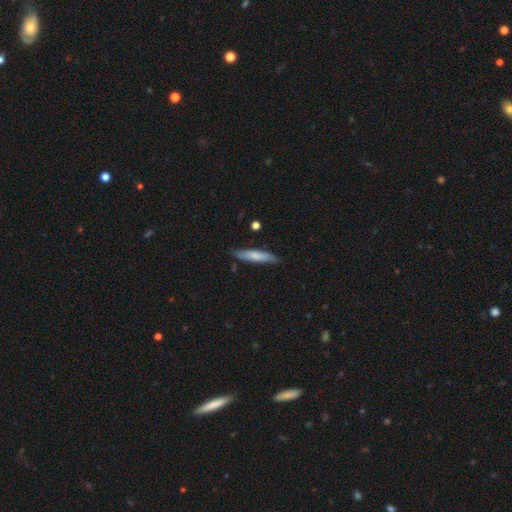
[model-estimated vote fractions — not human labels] Smooth or featured? smooth (70%)
How rounded? cigar-shaped (83%)
Merging? none (80%)